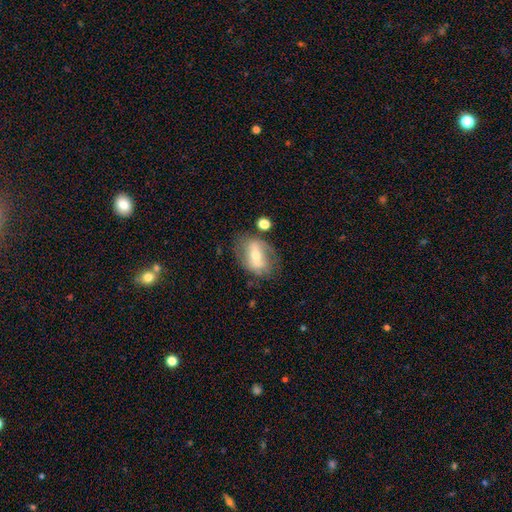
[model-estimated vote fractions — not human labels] smooth-or-featured: featured or disk: 57% | smooth: 34% | star or artifact: 9%
  disk-edge-on: no: 91% | yes: 9%
    bar: strong: 44% | weak: 31% | no: 24%
    has-spiral-arms: yes: 53% | no: 47%
    bulge-size: moderate: 55% | small: 39% | large: 4% | none: 1% | dominant: 1%
  merging: none: 62% | minor disturbance: 21% | major disturbance: 11% | merger: 6%